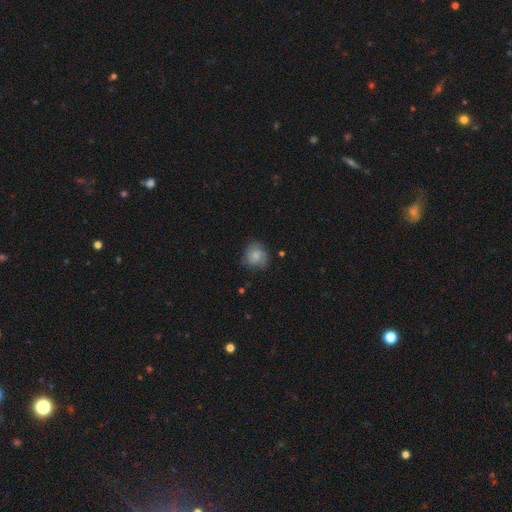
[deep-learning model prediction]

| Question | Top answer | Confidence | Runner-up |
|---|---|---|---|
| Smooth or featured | smooth | 61% | featured or disk (31%) |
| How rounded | round | 79% | in between (20%) |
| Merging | none | 68% | minor disturbance (23%) |